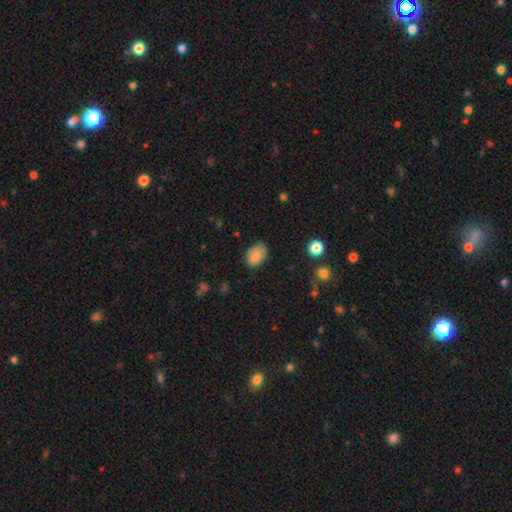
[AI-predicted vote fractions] smooth-or-featured: smooth: 83% | featured or disk: 9% | star or artifact: 8%
  how-rounded: in between: 80% | round: 19% | cigar-shaped: 1%
  merging: none: 70% | minor disturbance: 24% | major disturbance: 5% | merger: 1%